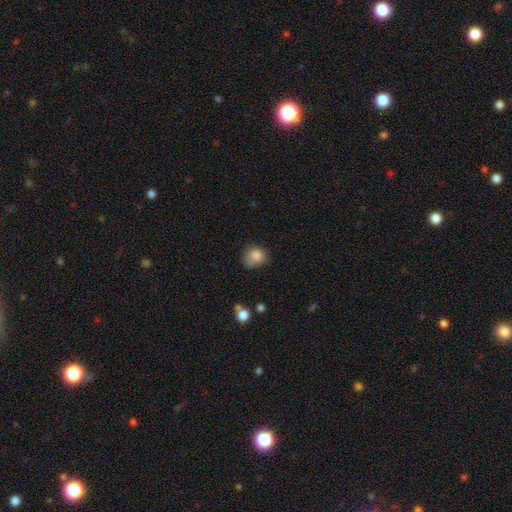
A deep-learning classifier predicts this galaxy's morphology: A smooth galaxy with no disk features (83%) that is round (71%). Merging: none (51%).